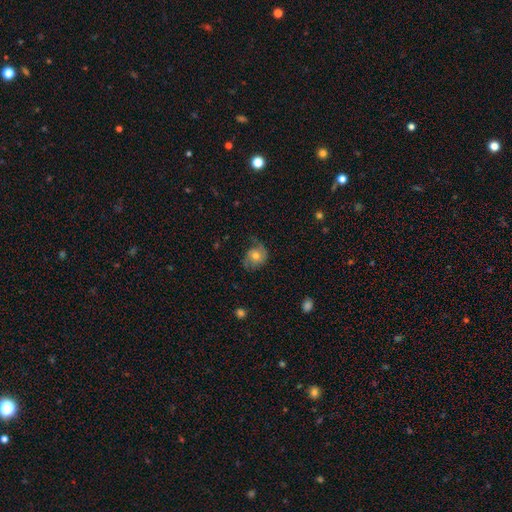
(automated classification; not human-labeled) A smooth galaxy with no disk features (48%).

Vote fractions:
- Smooth or featured? smooth: 48% / featured or disk: 44% / star or artifact: 8%
- Merging? none: 54% / minor disturbance: 28% / major disturbance: 17% / merger: 2%